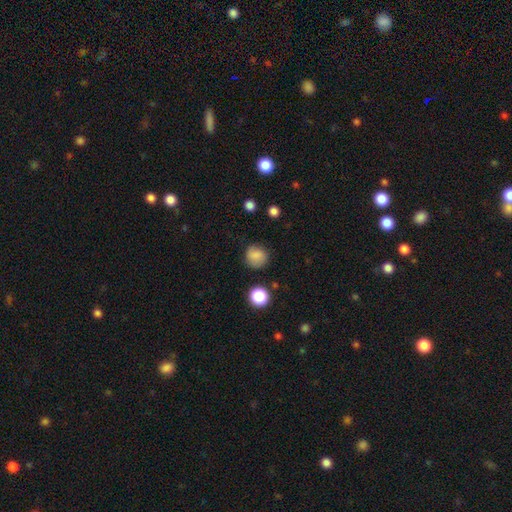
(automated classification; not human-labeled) Overall: smooth (83%). How rounded: round (86%). Merging: none (78%).